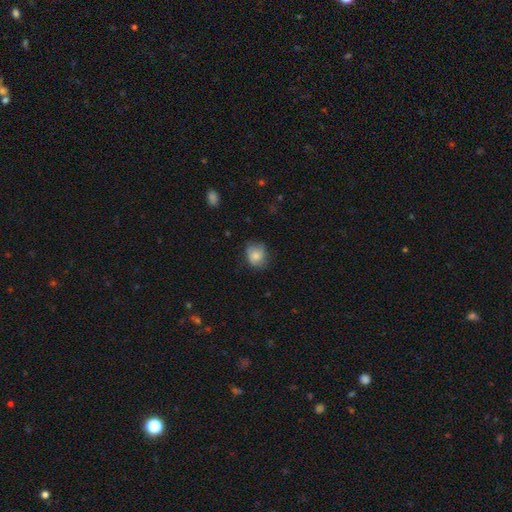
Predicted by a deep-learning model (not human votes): This is likely a smooth galaxy (76%). How rounded: likely round (64%). Merging: likely none (65%).